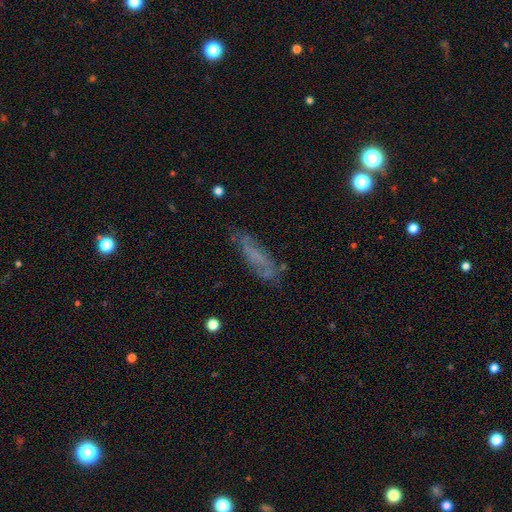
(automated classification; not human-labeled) Smooth or featured?
  - featured or disk: 47% *
  - smooth: 41%
  - star or artifact: 12%
Merging?
  - none: 61% *
  - minor disturbance: 24%
  - major disturbance: 12%
  - merger: 3%